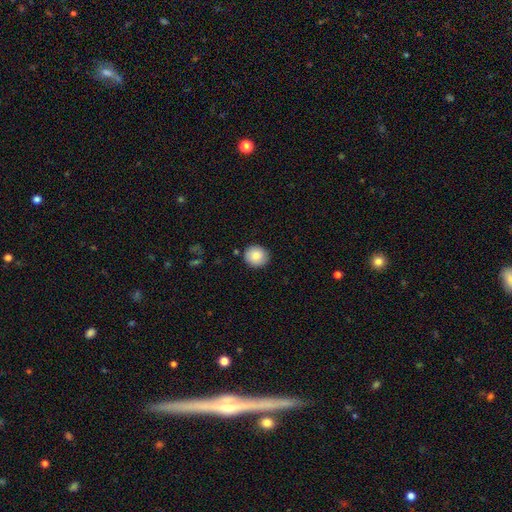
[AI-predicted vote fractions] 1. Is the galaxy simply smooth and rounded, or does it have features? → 85% smooth, 8% star or artifact, 7% featured or disk.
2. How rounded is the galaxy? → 88% round, 11% in between, 1% cigar-shaped.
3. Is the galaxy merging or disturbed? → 88% none, 9% minor disturbance, 2% major disturbance, 2% merger.